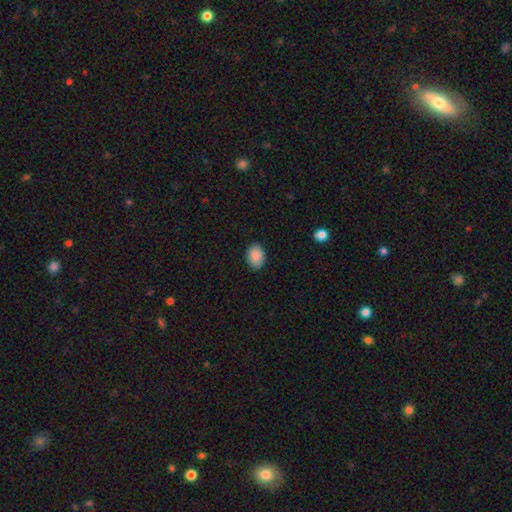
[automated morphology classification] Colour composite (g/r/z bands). It shows a smooth galaxy with no disk features (89%) that is in between round and cigar-shaped (72%). Merging: none (85%).